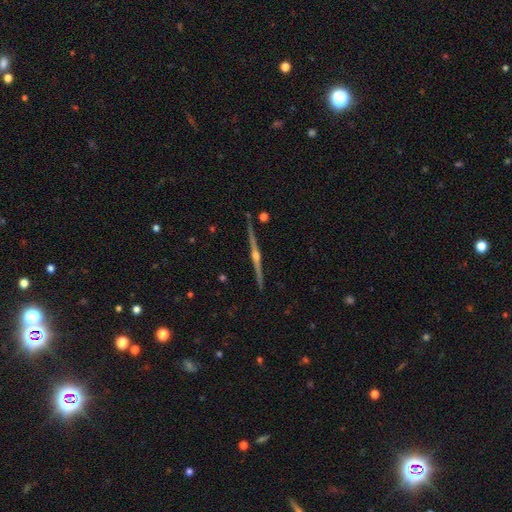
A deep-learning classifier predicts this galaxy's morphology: smooth-or-featured: featured or disk: 90% | smooth: 5% | star or artifact: 5%
  disk-edge-on: yes: 99% | no: 1%
    edge-on-bulge: rounded: 93% | boxy: 3% | none: 3%
  merging: none: 93% | minor disturbance: 5% | merger: 1% | major disturbance: 1%